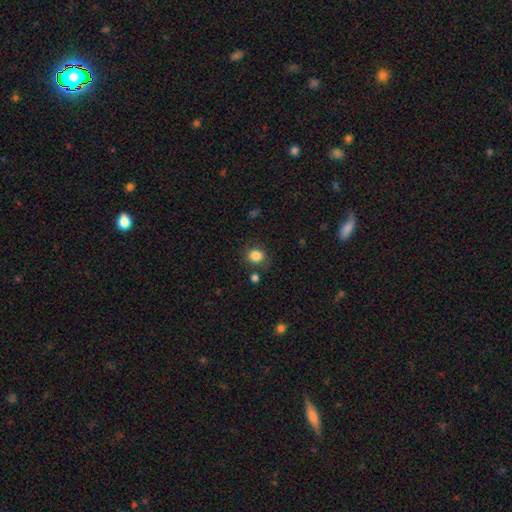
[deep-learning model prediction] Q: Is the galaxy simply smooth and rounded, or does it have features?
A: smooth — 84%.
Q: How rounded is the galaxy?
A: round — 75%.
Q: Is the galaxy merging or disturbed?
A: none — 78%.